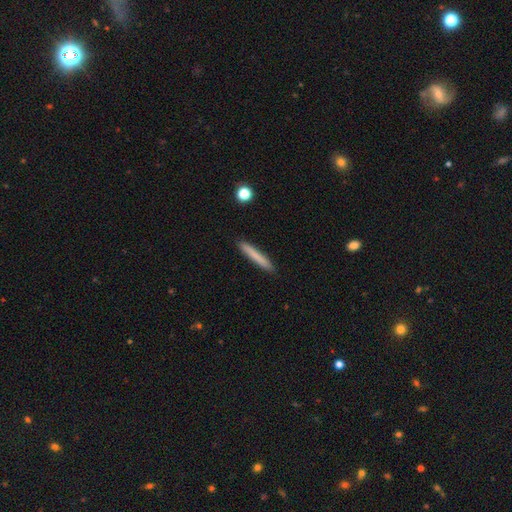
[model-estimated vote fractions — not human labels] Overall: smooth (76%). How rounded: cigar-shaped (96%). Merging: none (91%).